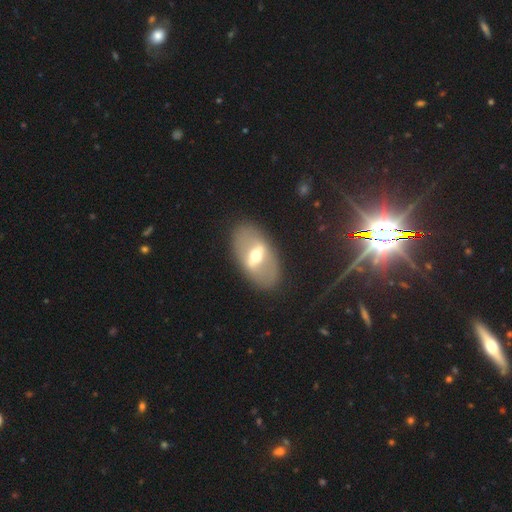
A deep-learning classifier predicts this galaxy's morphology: smooth-or-featured: featured or disk: 67% | smooth: 26% | star or artifact: 7%
  disk-edge-on: no: 80% | yes: 20%
    bar: strong: 70% | weak: 22% | no: 8%
    has-spiral-arms: no: 87% | yes: 13%
    bulge-size: moderate: 68% | small: 15% | large: 14% | dominant: 2% | none: 1%
  merging: none: 85% | minor disturbance: 9% | major disturbance: 5% | merger: 1%